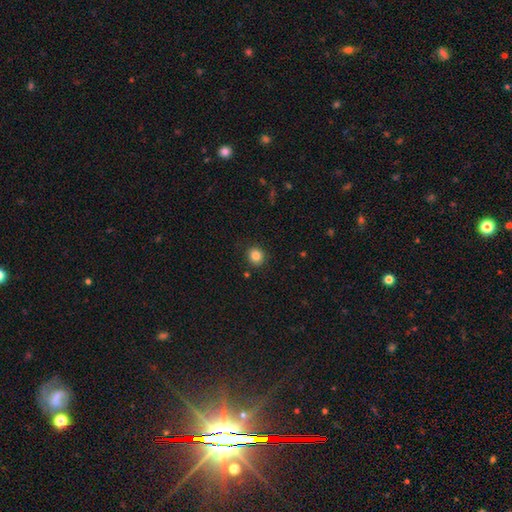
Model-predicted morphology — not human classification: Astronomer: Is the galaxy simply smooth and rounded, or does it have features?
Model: smooth — 84%.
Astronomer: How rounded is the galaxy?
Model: round — 85%.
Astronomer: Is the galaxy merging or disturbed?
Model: none — 89%.